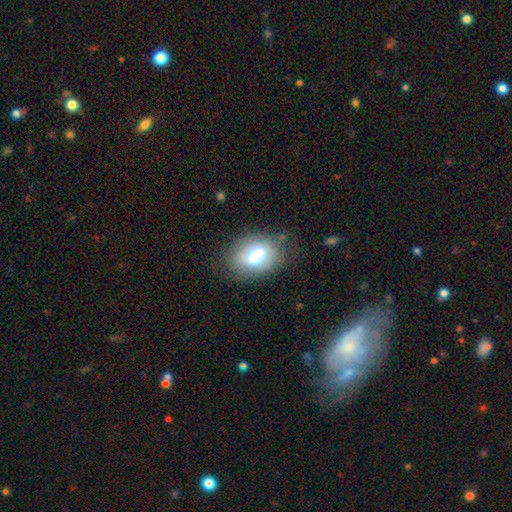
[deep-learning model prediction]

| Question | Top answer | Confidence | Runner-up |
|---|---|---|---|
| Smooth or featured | smooth | 64% | featured or disk (27%) |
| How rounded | in between | 84% | round (14%) |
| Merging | none | 72% | minor disturbance (18%) |